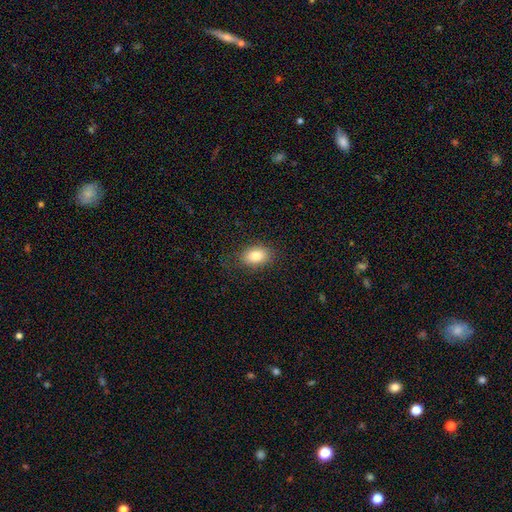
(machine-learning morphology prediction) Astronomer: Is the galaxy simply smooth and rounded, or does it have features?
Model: smooth — 84%.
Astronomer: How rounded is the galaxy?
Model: in between — 85%.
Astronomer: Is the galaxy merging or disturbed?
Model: none — 83%.